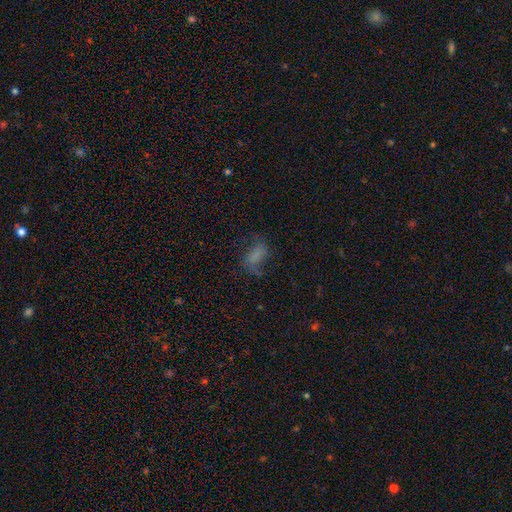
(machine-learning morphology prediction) type=smooth (54%); roundness=in between (84%); merging=none (50%).